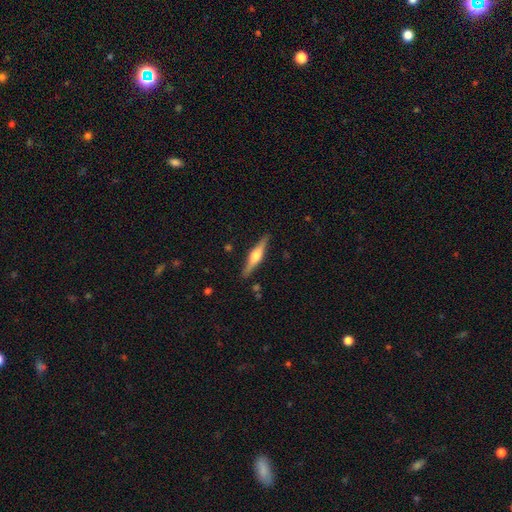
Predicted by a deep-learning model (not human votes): smooth-or-featured: featured or disk: 69% | smooth: 25% | star or artifact: 6%
  disk-edge-on: yes: 97% | no: 3%
    edge-on-bulge: rounded: 90% | boxy: 7% | none: 3%
  merging: none: 89% | minor disturbance: 8% | major disturbance: 2% | merger: 1%